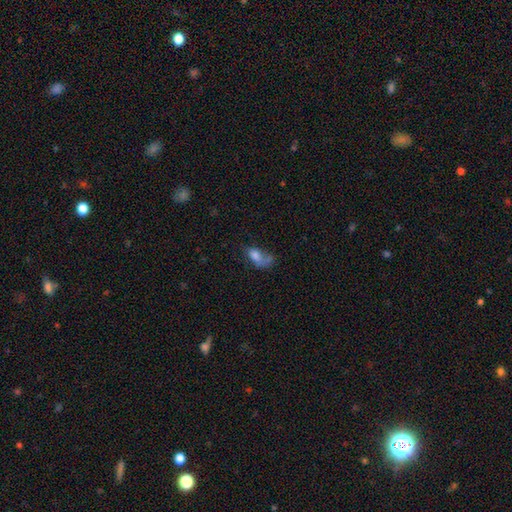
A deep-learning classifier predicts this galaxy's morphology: Smooth or featured: smooth — 62% (featured or disk — 26%)
How rounded: in between — 84% (round — 11%)
Merging: major disturbance — 42% (none — 25%)